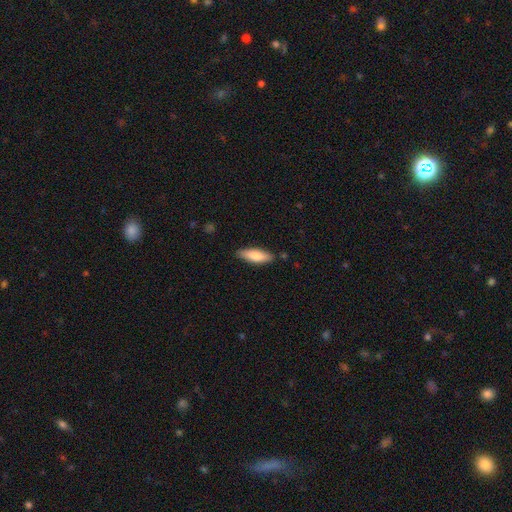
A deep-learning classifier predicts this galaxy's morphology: Q: Smooth or featured?
A: smooth (80%); runner-up: featured or disk (15%)
Q: How rounded?
A: in between (54%); runner-up: cigar-shaped (45%)
Q: Merging?
A: none (85%); runner-up: minor disturbance (12%)